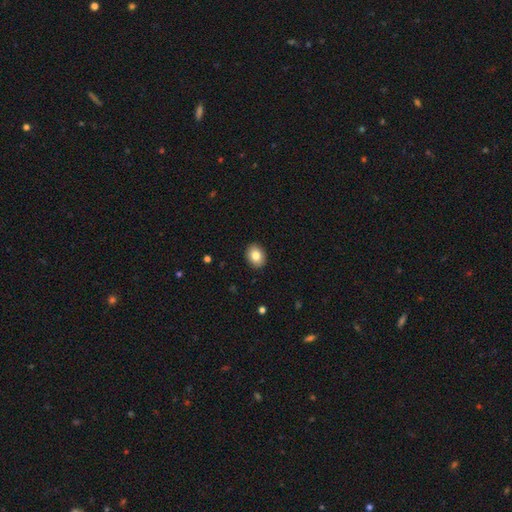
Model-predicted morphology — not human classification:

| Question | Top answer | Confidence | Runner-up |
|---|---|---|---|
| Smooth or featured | smooth | 83% | featured or disk (9%) |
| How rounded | in between | 58% | round (41%) |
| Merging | none | 91% | minor disturbance (7%) |